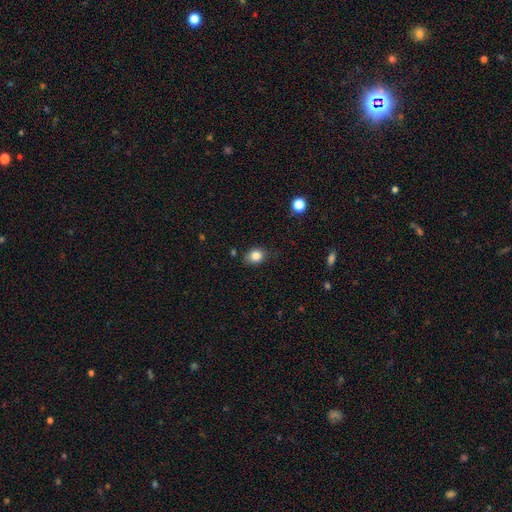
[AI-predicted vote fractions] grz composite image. It shows a smooth galaxy with no disk features (84%) that is in between round and cigar-shaped (50%). Merging: none (76%).